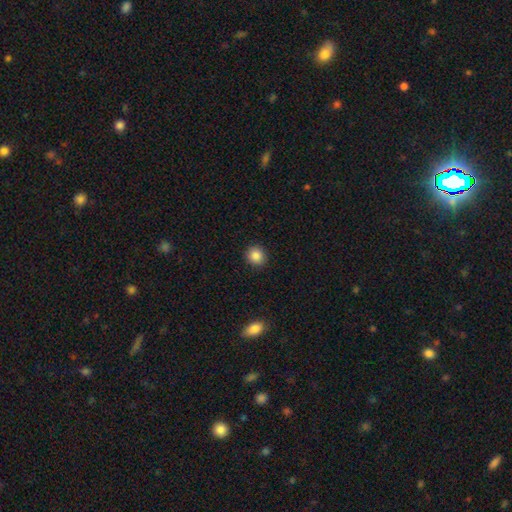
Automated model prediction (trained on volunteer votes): Smooth or featured? smooth (87%)
How rounded? round (89%)
Merging? none (91%)